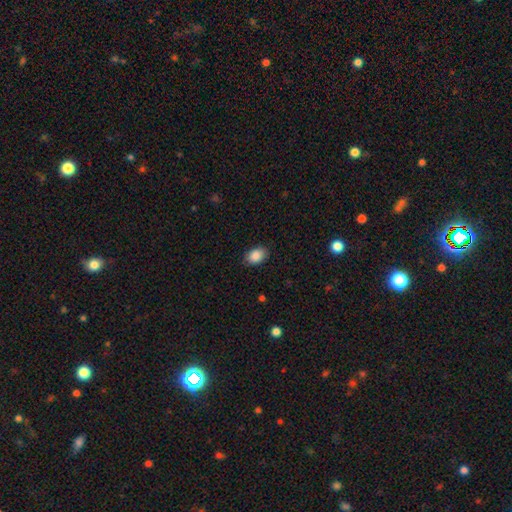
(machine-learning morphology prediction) Smooth or featured: smooth — 88% (star or artifact — 8%)
How rounded: in between — 84% (round — 15%)
Merging: none — 86% (minor disturbance — 10%)